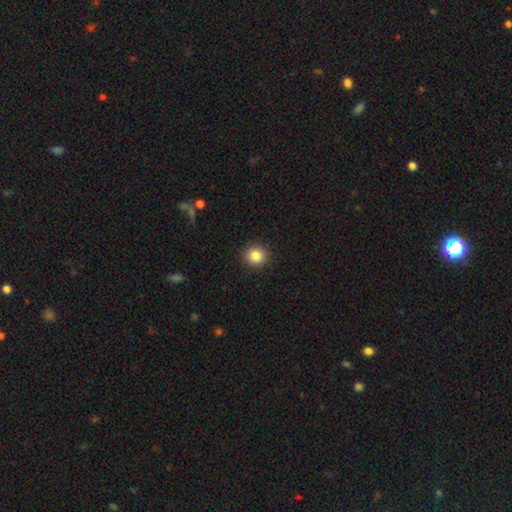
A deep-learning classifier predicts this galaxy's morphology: smooth_or_featured: smooth (p=0.85) [alt: star or artifact p=0.10]
how_rounded: round (p=0.93) [alt: in between p=0.06]
merging: none (p=0.92) [alt: minor disturbance p=0.05]